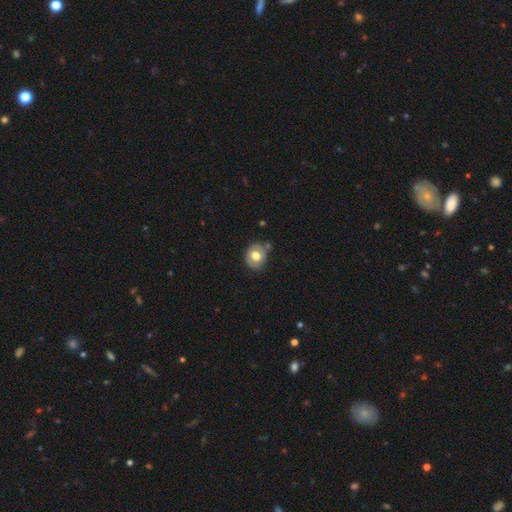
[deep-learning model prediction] Smooth or featured? smooth (59%)
How rounded? round (61%)
Merging? none (65%)